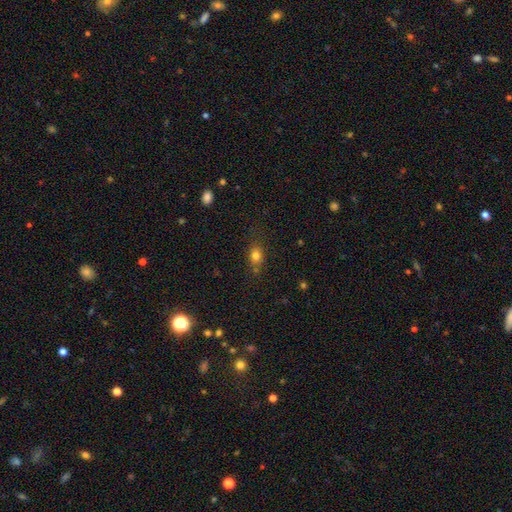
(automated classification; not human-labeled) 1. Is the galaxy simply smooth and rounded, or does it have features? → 79% smooth, 12% star or artifact, 8% featured or disk.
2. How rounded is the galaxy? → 61% in between, 36% round, 3% cigar-shaped.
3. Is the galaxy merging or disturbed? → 71% none, 18% minor disturbance, 6% major disturbance, 6% merger.